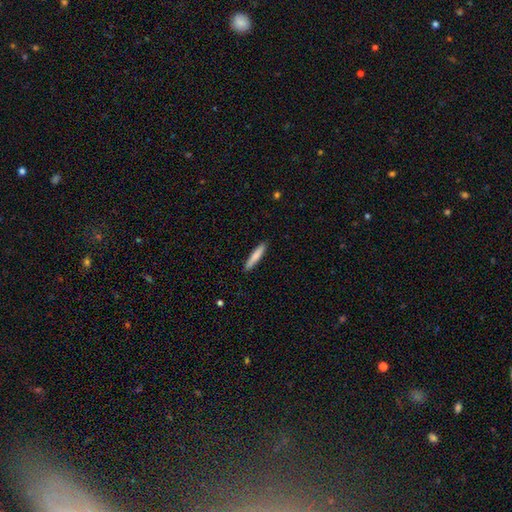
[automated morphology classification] Smooth or featured?
  - smooth: 80% *
  - featured or disk: 14%
  - star or artifact: 5%
How rounded?
  - cigar-shaped: 92% *
  - in between: 7%
  - round: 1%
Merging?
  - none: 89% *
  - minor disturbance: 8%
  - major disturbance: 2%
  - merger: 1%